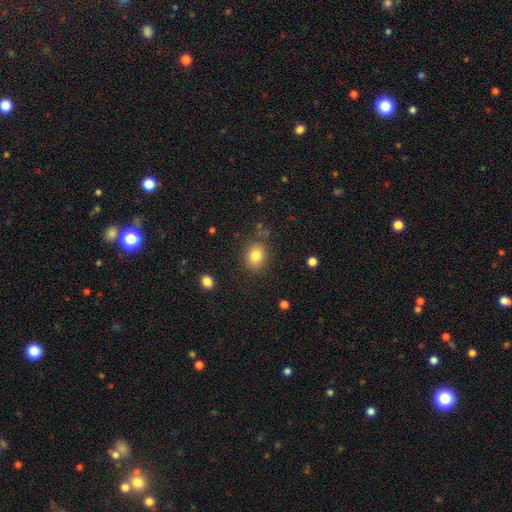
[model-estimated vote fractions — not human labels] Smooth or featured? smooth (82%)
How rounded? round (58%)
Merging? none (82%)